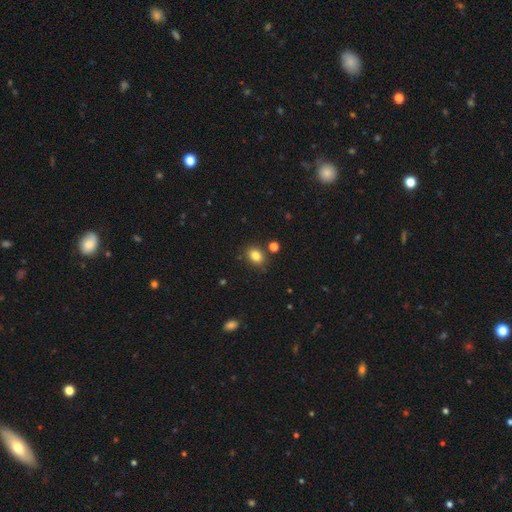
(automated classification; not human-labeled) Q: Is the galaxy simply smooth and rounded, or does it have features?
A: smooth — 82%.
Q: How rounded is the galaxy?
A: in between — 61%.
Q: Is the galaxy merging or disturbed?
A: none — 80%.